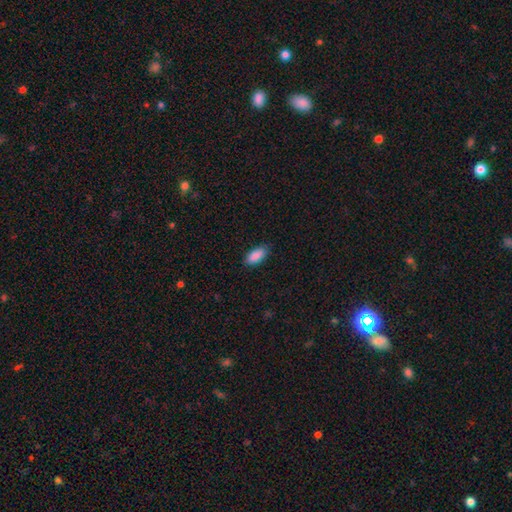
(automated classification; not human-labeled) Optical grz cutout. It shows a smooth galaxy with no disk features (90%) that is in between round and cigar-shaped (90%). Merging: none (84%).